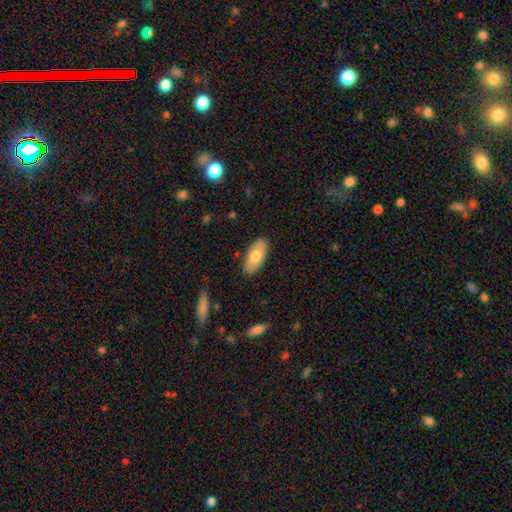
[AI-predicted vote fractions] smooth_or_featured: smooth (p=0.76) [alt: featured or disk p=0.19]
how_rounded: in between (p=0.90) [alt: cigar-shaped p=0.08]
merging: none (p=0.86) [alt: minor disturbance p=0.10]